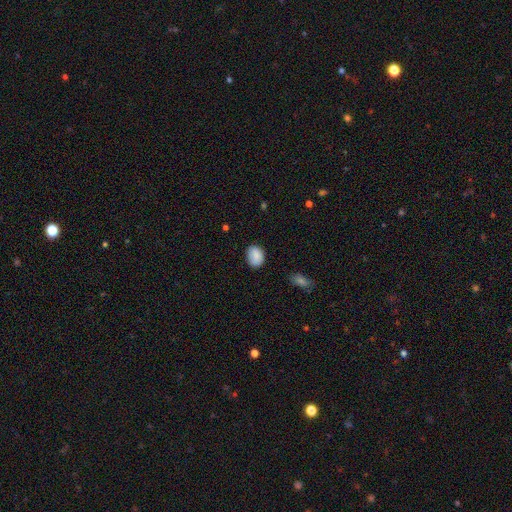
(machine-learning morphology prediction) Overall: smooth (85%). How rounded: in between (67%; round 32%). Merging: none (77%).